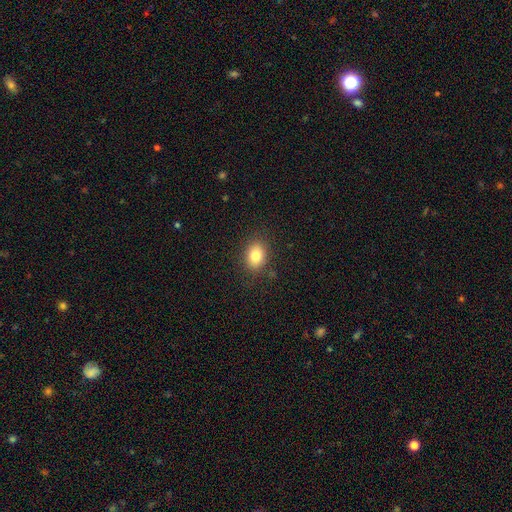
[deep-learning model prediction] Smooth or featured? Predicted: smooth (p=0.81). How rounded? Predicted: in between (p=0.64). Merging? Predicted: none (p=0.85).